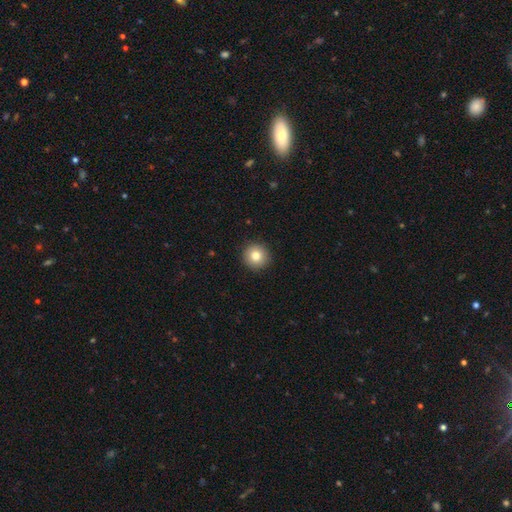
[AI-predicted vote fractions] The model was most divided on "smooth or featured": smooth: 81%, star or artifact: 10%, featured or disk: 9%. More confident: how rounded — round (94%); merging — none (93%).